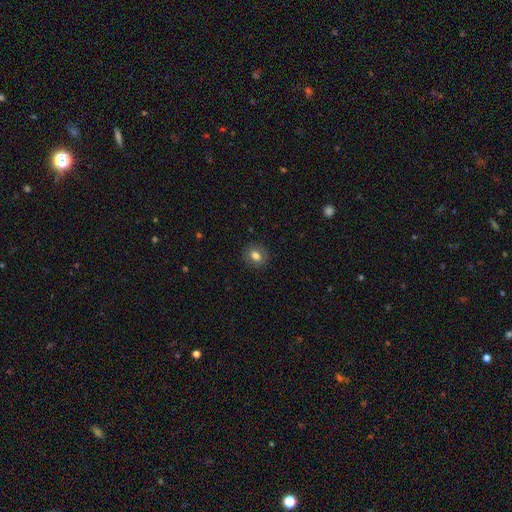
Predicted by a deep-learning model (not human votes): A smooth galaxy with no disk features (77%) that is round (61%).

Vote fractions:
- Smooth or featured? smooth: 77% / featured or disk: 13% / star or artifact: 10%
- How rounded? round: 61% / in between: 38% / cigar-shaped: 1%
- Merging? none: 87% / minor disturbance: 10% / major disturbance: 3% / merger: 1%